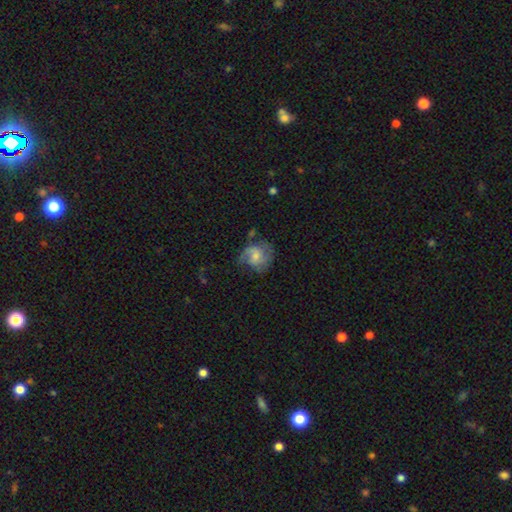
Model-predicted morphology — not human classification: smooth-or-featured: featured or disk: 56% | smooth: 36% | star or artifact: 8%
  disk-edge-on: no: 97% | yes: 3%
    bar: no: 58% | weak: 36% | strong: 6%
    has-spiral-arms: yes: 84% | no: 16%
    bulge-size: small: 45% | moderate: 41% | none: 8% | large: 5% | dominant: 1%
  merging: none: 53% | minor disturbance: 26% | major disturbance: 18% | merger: 3%